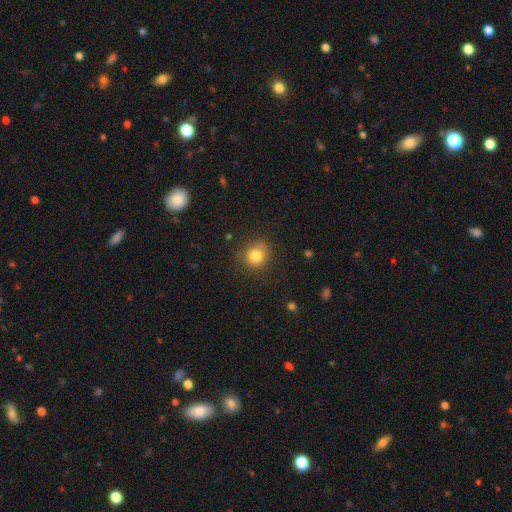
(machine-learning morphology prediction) This is likely a smooth galaxy (80%). How rounded: clearly round (82%). Merging: likely none (73%).